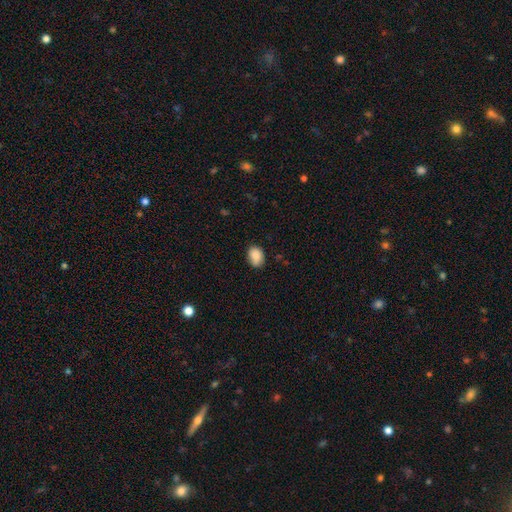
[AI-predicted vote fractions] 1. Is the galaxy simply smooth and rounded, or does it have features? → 86% smooth, 7% star or artifact, 7% featured or disk.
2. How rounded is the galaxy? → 69% in between, 30% round, 1% cigar-shaped.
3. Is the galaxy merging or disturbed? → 77% none, 18% minor disturbance, 3% major disturbance, 1% merger.